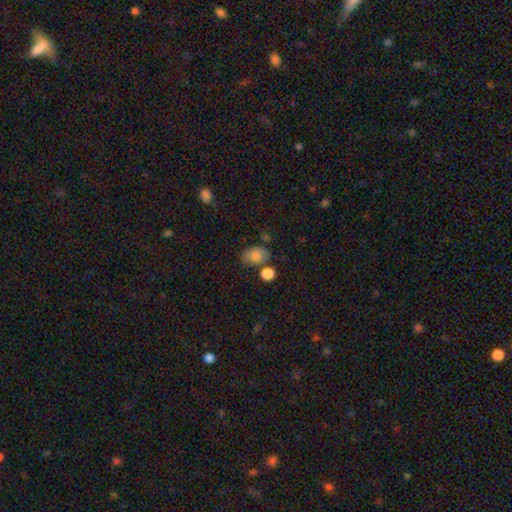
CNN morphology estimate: smooth 78%, featured or disk 11%, star or artifact 10%. Down the decision tree: how rounded — in between (66%); merging — none (53%).